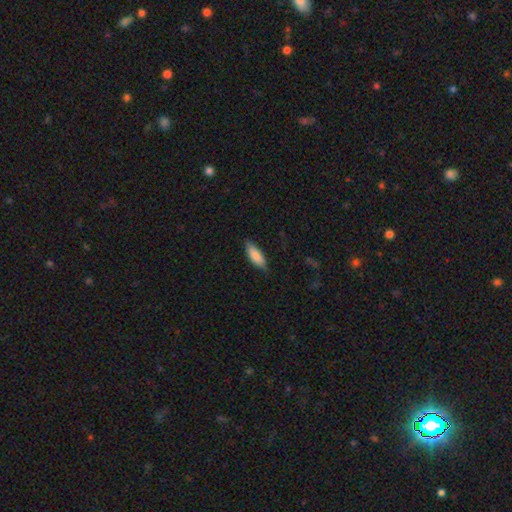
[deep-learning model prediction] smooth-or-featured: smooth: 85% | featured or disk: 9% | star or artifact: 6%
  how-rounded: in between: 66% | cigar-shaped: 32% | round: 2%
  merging: none: 78% | minor disturbance: 18% | major disturbance: 3% | merger: 1%